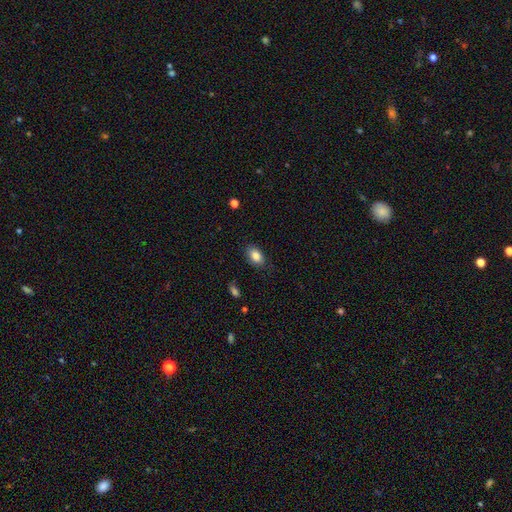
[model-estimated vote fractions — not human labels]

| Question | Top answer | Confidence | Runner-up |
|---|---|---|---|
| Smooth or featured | smooth | 86% | star or artifact (8%) |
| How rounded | in between | 89% | round (10%) |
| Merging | none | 80% | minor disturbance (15%) |